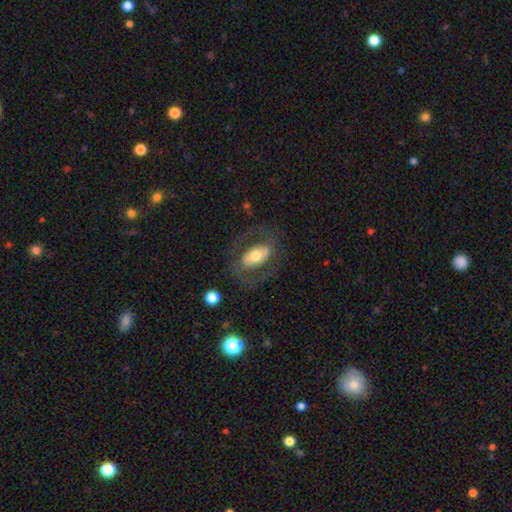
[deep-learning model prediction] A featured or disk galaxy (55%) with no bar (43%), spiral arms (51%) and a moderate central bulge (62%).

Vote fractions:
- Smooth or featured? featured or disk: 55% / smooth: 38% / star or artifact: 6%
- Edge-on disk? no: 92% / yes: 8%
- Bar? no: 43% / strong: 29% / weak: 28%
- Spiral arms? yes: 51% / no: 49%
- Bulge size? moderate: 62% / large: 20% / small: 14% / dominant: 2% / none: 1%
- Merging? none: 70% / major disturbance: 14% / minor disturbance: 14% / merger: 2%